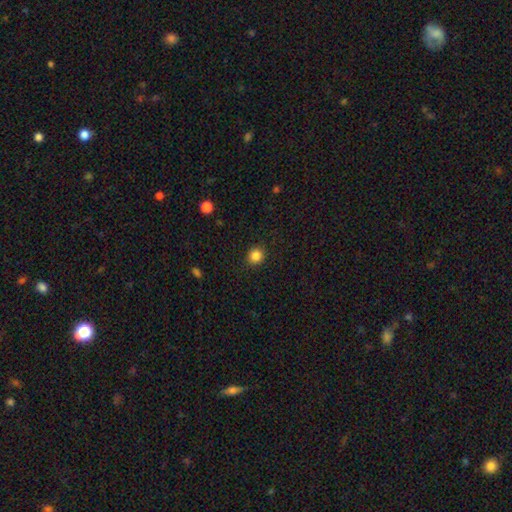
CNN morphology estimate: Smooth or featured: smooth — 85% (star or artifact — 11%)
How rounded: round — 84% (in between — 15%)
Merging: none — 90% (minor disturbance — 7%)